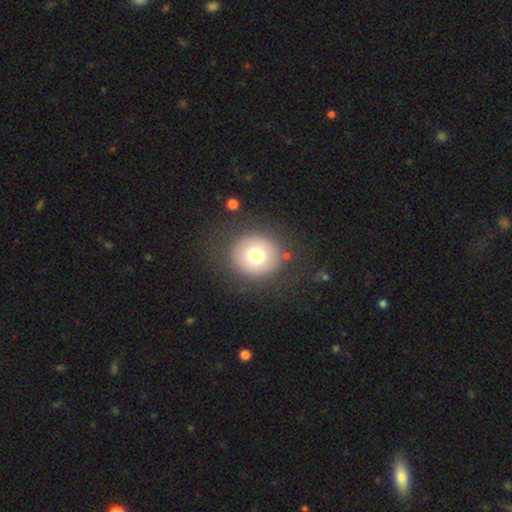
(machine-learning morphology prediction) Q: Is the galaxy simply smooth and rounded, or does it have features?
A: smooth — 73%.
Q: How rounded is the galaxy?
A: round — 87%.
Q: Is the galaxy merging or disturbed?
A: none — 82%.